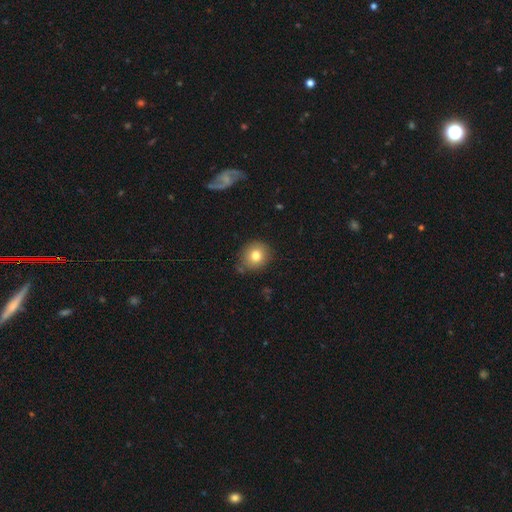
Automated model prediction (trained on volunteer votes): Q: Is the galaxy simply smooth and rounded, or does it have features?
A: smooth — 79%.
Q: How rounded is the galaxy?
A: round — 84%.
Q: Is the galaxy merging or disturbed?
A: none — 80%.